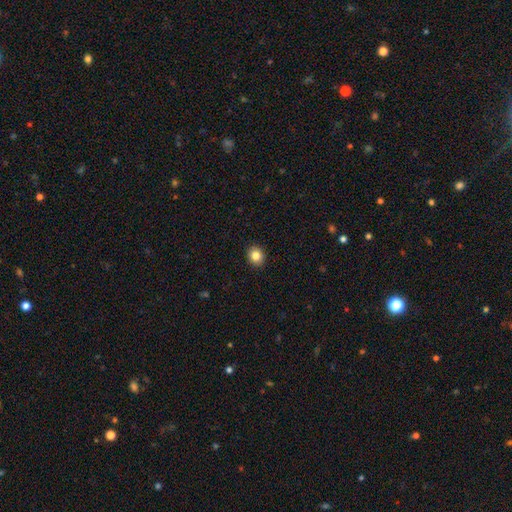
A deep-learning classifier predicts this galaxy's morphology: smooth-or-featured: smooth: 84% | star or artifact: 11% | featured or disk: 6%
  how-rounded: round: 75% | in between: 24% | cigar-shaped: 1%
  merging: none: 92% | minor disturbance: 6% | major disturbance: 2% | merger: 1%